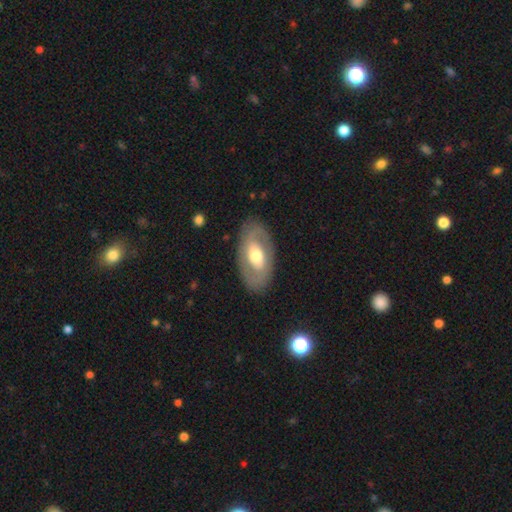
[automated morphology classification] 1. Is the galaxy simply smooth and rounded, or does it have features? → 59% featured or disk, 35% smooth, 5% star or artifact.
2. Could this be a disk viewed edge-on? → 90% no, 10% yes.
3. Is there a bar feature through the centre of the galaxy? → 56% no, 29% weak, 15% strong.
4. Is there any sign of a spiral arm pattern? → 60% no, 40% yes.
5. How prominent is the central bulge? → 64% moderate, 22% large, 10% small, 2% dominant, 1% none.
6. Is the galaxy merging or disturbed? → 83% none, 11% minor disturbance, 5% major disturbance, 1% merger.